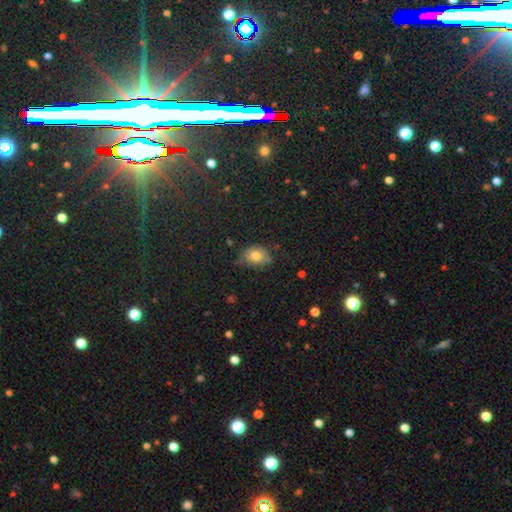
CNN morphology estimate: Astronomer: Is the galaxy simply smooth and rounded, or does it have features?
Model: smooth — 77%.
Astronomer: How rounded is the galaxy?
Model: in between — 59% (runner-up: round, 40%).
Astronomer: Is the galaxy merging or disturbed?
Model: none — 58%.